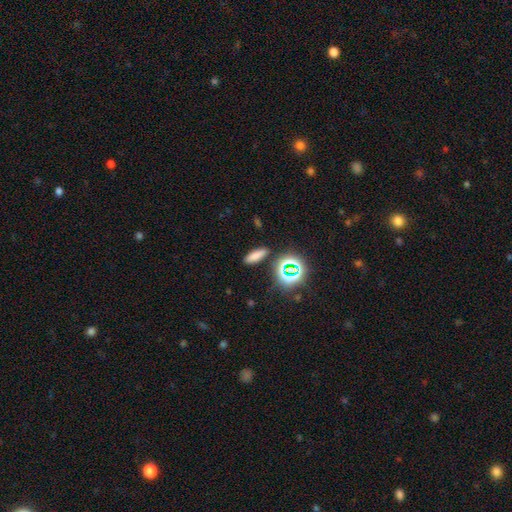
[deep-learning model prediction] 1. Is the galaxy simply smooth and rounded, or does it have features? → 72% smooth, 20% star or artifact, 7% featured or disk.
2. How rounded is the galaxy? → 52% in between, 41% cigar-shaped, 8% round.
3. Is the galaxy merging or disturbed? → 86% none, 8% minor disturbance, 3% merger, 3% major disturbance.